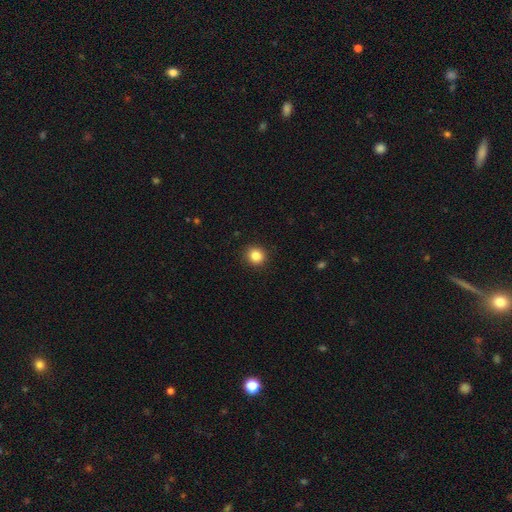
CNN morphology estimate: Overall: smooth (85%). How rounded: round (89%). Merging: none (92%).